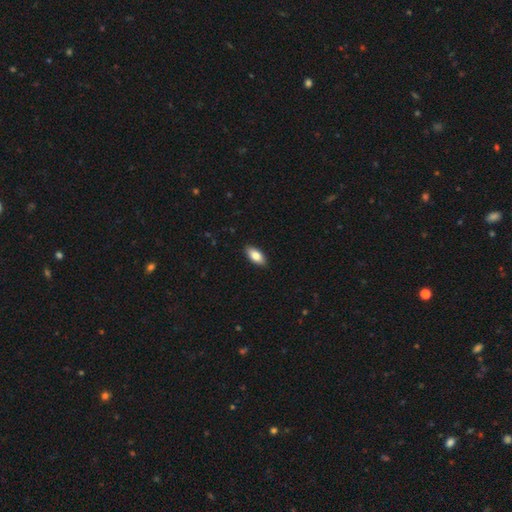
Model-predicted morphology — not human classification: This is clearly a smooth galaxy (82%). How rounded: clearly in between (88%). Merging: clearly none (90%).